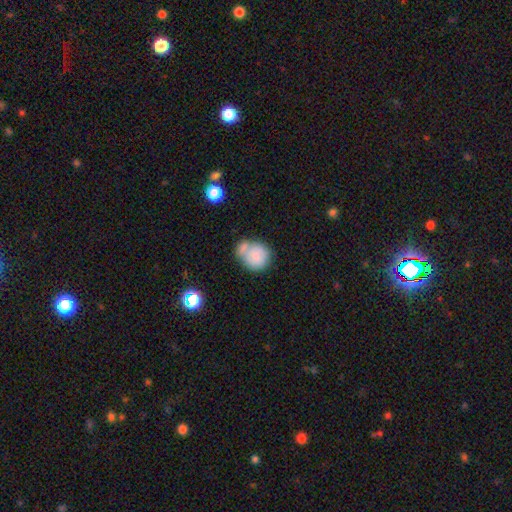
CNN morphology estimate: type=smooth (79%); roundness=round (74%); merging=merger (44%).